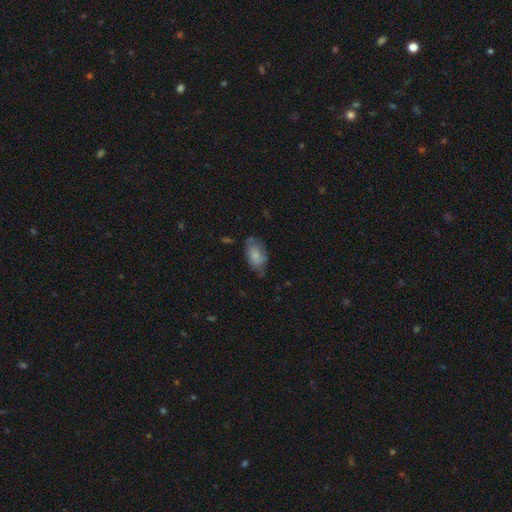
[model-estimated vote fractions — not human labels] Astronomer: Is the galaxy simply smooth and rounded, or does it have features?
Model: smooth — 76%.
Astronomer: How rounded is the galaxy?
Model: in between — 93%.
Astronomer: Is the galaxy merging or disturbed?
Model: none — 56% (runner-up: minor disturbance, 32%).